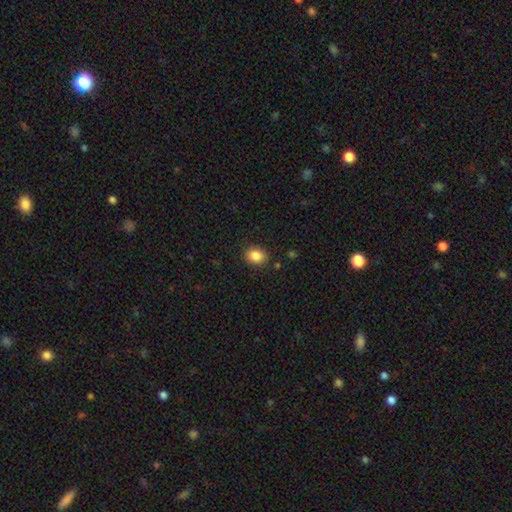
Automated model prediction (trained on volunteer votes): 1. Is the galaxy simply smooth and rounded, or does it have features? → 86% smooth, 9% star or artifact, 4% featured or disk.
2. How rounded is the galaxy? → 54% round, 45% in between, 1% cigar-shaped.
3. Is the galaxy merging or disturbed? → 87% none, 9% minor disturbance, 2% major disturbance, 2% merger.